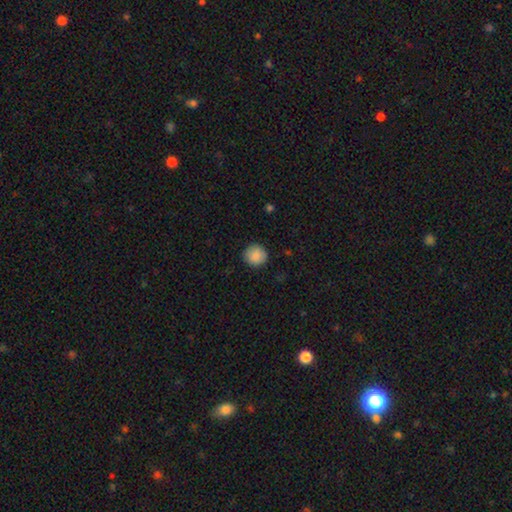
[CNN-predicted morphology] Smooth or featured? Predicted: smooth (p=0.88). How rounded? Predicted: round (p=0.94). Merging? Predicted: none (p=0.90).